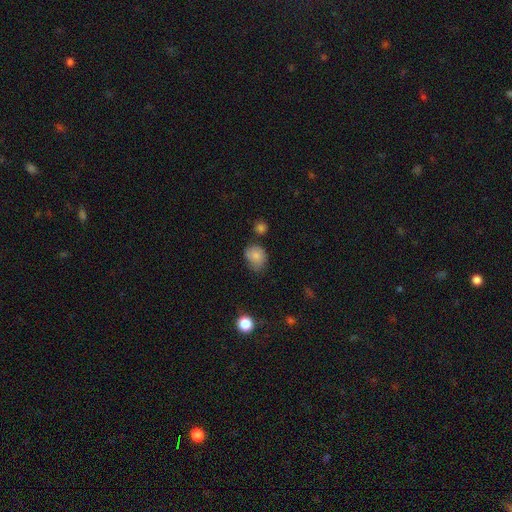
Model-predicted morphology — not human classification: Smooth or featured: smooth — 78% (featured or disk — 13%)
How rounded: round — 58% (in between — 41%)
Merging: none — 51% (minor disturbance — 35%)